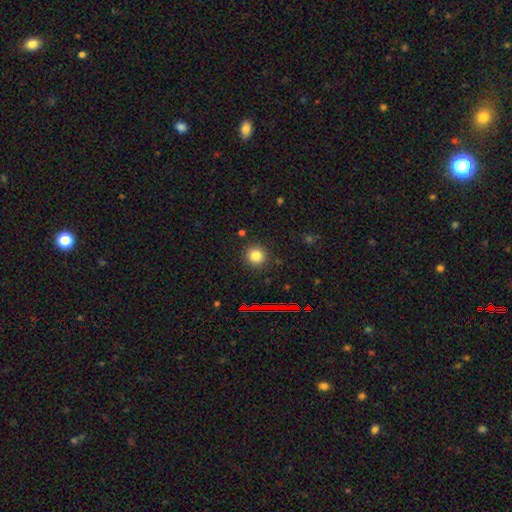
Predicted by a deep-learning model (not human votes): smooth_or_featured: smooth (p=0.81) [alt: star or artifact p=0.14]
how_rounded: round (p=0.93) [alt: in between p=0.06]
merging: none (p=0.89) [alt: minor disturbance p=0.06]